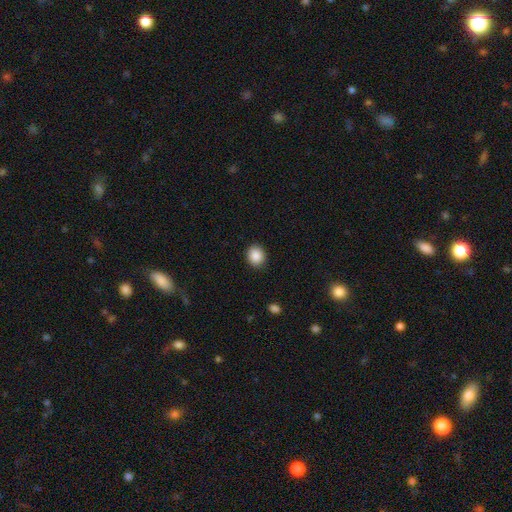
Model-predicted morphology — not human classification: smooth 89%, star or artifact 9%, featured or disk 3%. Down the decision tree: how rounded — round (75%); merging — none (90%).